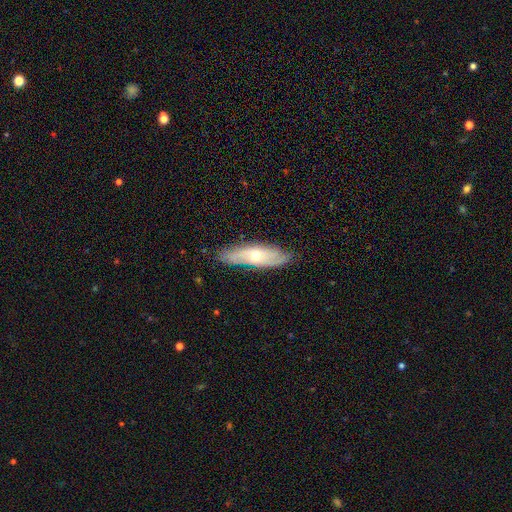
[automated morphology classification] Smooth or featured: featured or disk — 62% (smooth — 31%)
Edge-on disk: no — 66% (yes — 34%)
Merging: none — 81% (minor disturbance — 15%)